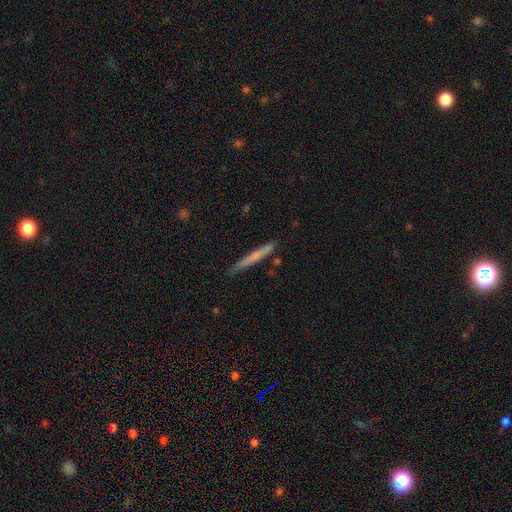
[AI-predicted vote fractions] smooth_or_featured: smooth (p=0.57) [alt: featured or disk p=0.36]
how_rounded: cigar-shaped (p=0.96) [alt: in between p=0.02]
merging: none (p=0.82) [alt: minor disturbance p=0.14]